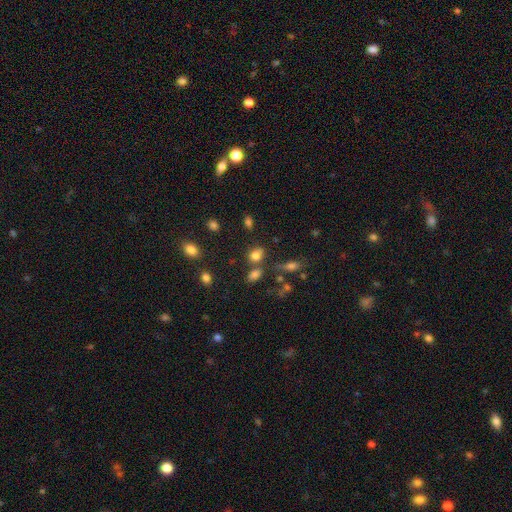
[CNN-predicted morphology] smooth 76%, star or artifact 15%, featured or disk 9%. Down the decision tree: how rounded — round (53%); merging — none (59%).